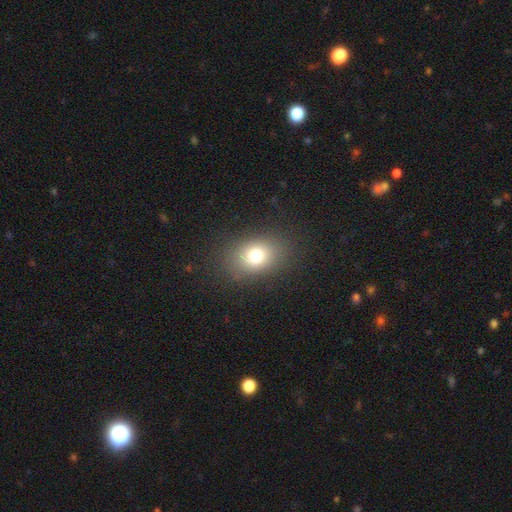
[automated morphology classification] Overall: smooth (76%). How rounded: in between (61%; round 38%). Merging: none (84%).